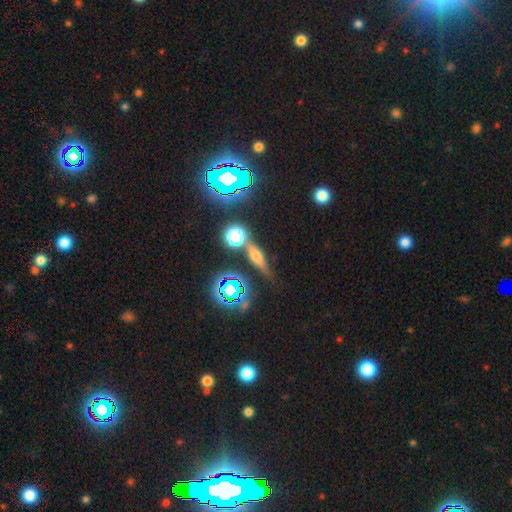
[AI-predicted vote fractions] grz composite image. It shows a featured or disk galaxy (39%). Merging: none (72%).